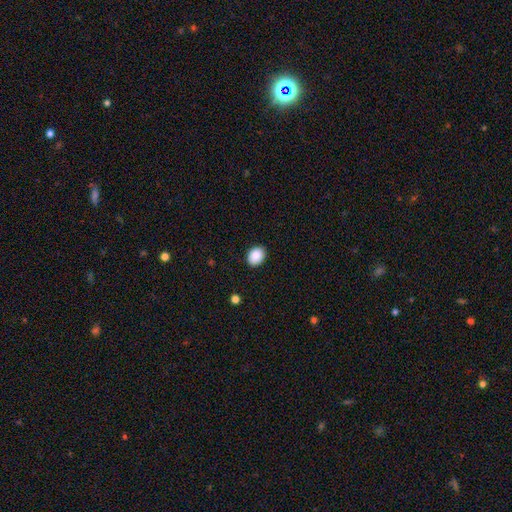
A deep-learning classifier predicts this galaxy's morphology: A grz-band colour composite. It shows a smooth galaxy with no disk features (90%) that is in between round and cigar-shaped (61%). Merging: none (89%).